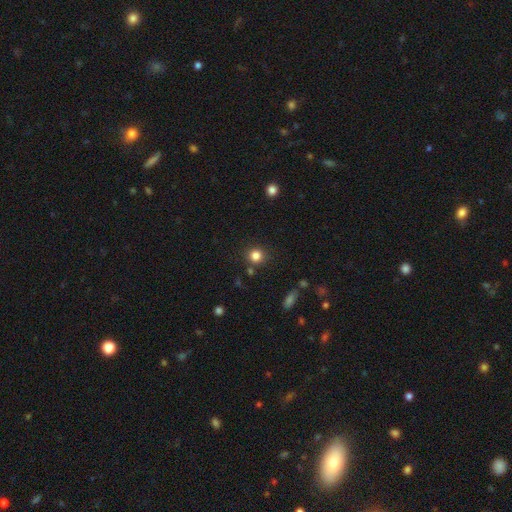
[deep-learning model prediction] smooth_or_featured: smooth (p=0.82) [alt: star or artifact p=0.12]
how_rounded: round (p=0.90) [alt: in between p=0.09]
merging: none (p=0.84) [alt: minor disturbance p=0.09]